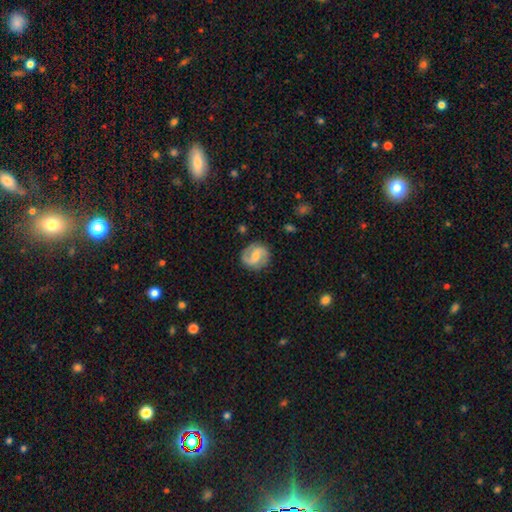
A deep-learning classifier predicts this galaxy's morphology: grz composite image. It shows a featured or disk galaxy (81%) with a weak bar (52%), 2 (92%) medium (52%) spiral arms (96%) and a small central bulge (45%). Merging: none (84%).